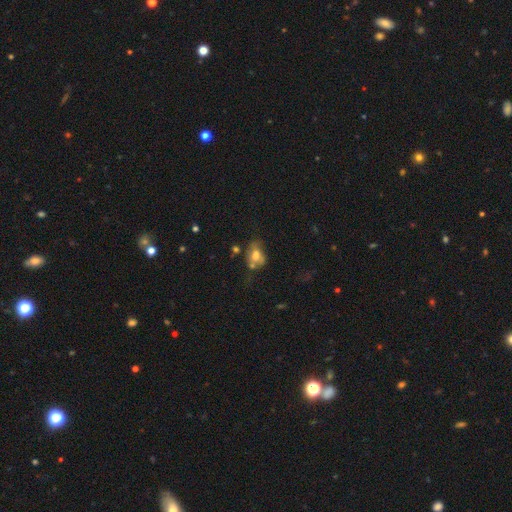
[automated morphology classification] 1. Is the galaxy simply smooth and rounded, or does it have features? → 61% smooth, 28% featured or disk, 11% star or artifact.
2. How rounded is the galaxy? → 76% in between, 22% round, 2% cigar-shaped.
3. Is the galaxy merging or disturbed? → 35% none, 25% minor disturbance, 22% merger, 18% major disturbance.